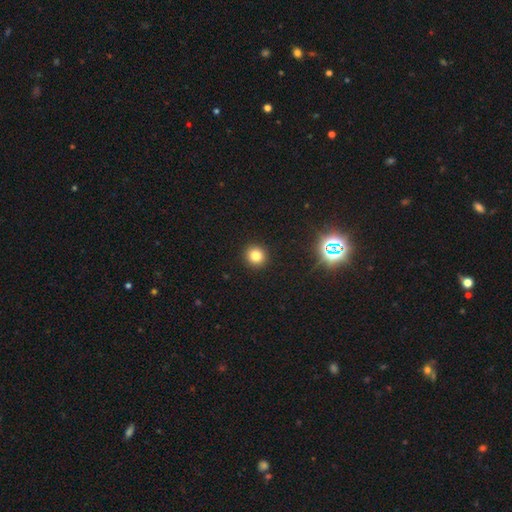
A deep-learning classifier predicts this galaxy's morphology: smooth_or_featured: smooth (p=0.80) [alt: star or artifact p=0.14]
how_rounded: round (p=0.90) [alt: in between p=0.09]
merging: none (p=0.92) [alt: minor disturbance p=0.05]